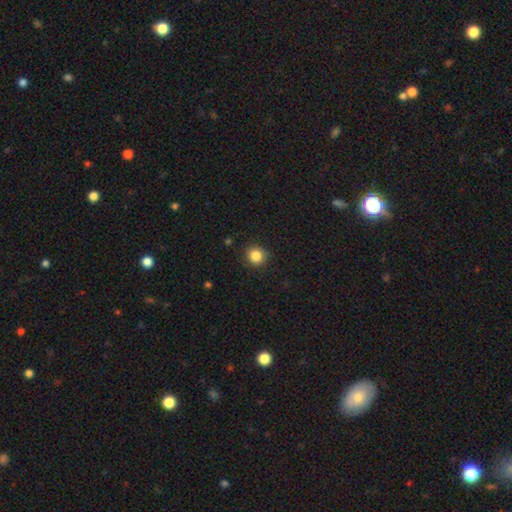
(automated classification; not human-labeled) smooth-or-featured: smooth: 85% | star or artifact: 11% | featured or disk: 5%
  how-rounded: round: 89% | in between: 10% | cigar-shaped: 1%
  merging: none: 89% | minor disturbance: 8% | major disturbance: 2% | merger: 1%